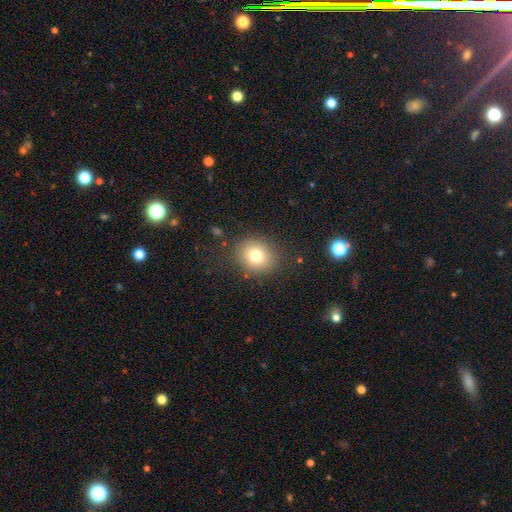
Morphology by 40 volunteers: type=smooth (80%); roundness=round (72%); merging=none (69%).